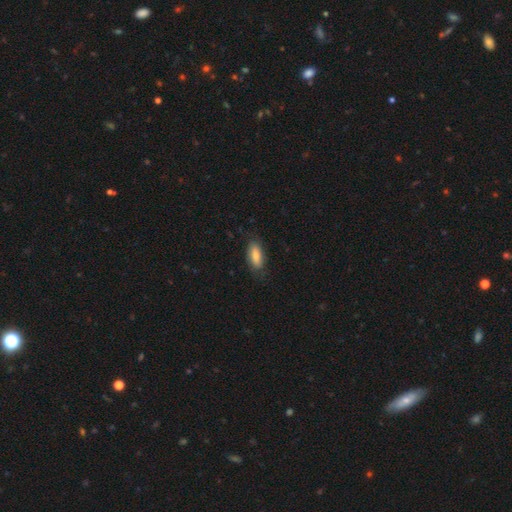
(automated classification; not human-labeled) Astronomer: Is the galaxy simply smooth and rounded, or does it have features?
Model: smooth — 84%.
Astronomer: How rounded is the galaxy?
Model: in between — 81%.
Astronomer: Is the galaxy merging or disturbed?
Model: none — 78%.